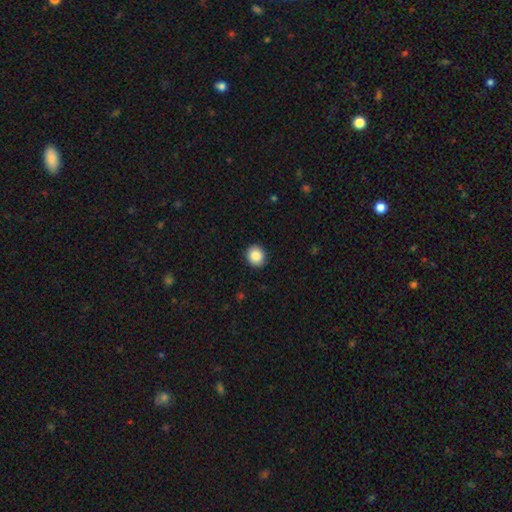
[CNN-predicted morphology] Q: Smooth or featured?
A: smooth (88%); runner-up: star or artifact (8%)
Q: How rounded?
A: round (78%); runner-up: in between (21%)
Q: Merging?
A: none (91%); runner-up: minor disturbance (6%)